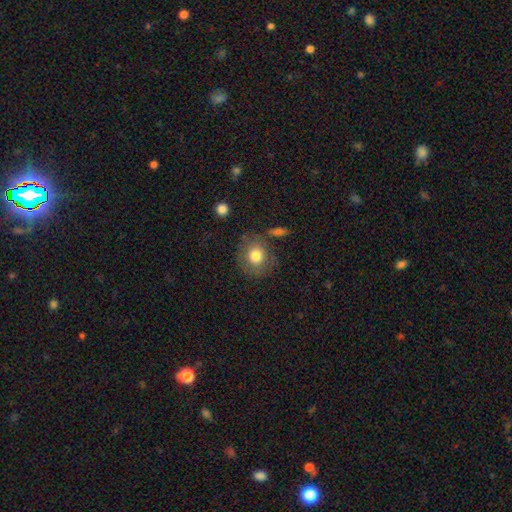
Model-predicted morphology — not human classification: Overall: smooth (76%). How rounded: round (83%). Merging: none (73%).